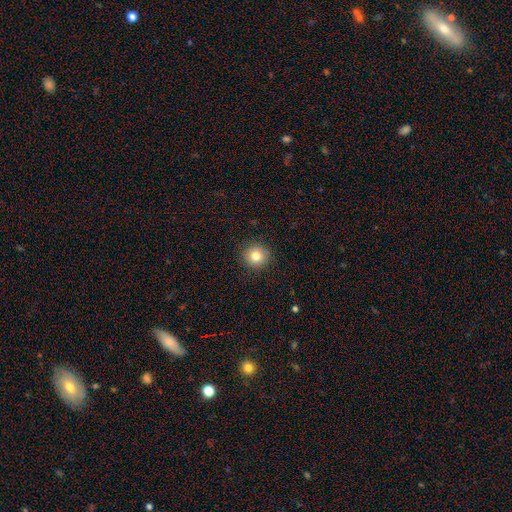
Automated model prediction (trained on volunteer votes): Smooth or featured: smooth — 80% (star or artifact — 11%)
How rounded: round — 93% (in between — 6%)
Merging: none — 92% (minor disturbance — 6%)